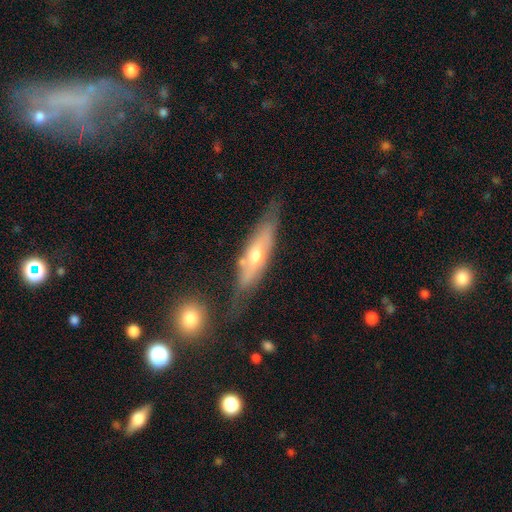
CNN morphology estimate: smooth-or-featured: featured or disk: 61% | smooth: 33% | star or artifact: 6%
  disk-edge-on: yes: 60% | no: 40%
  merging: none: 66% | minor disturbance: 22% | merger: 6% | major disturbance: 6%